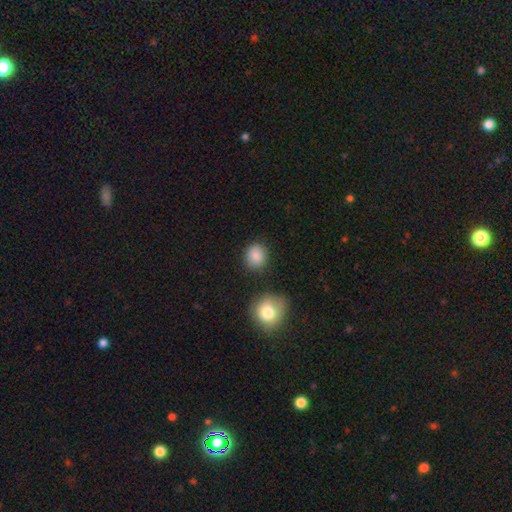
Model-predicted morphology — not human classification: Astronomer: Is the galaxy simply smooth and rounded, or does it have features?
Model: smooth — 87%.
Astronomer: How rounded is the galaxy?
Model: round — 76%.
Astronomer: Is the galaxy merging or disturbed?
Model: none — 81%.